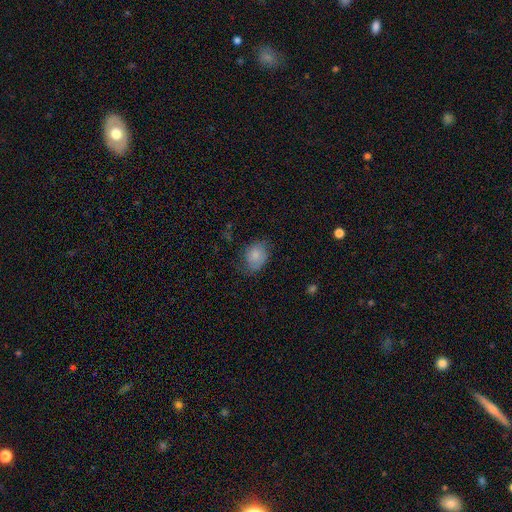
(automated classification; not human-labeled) Smooth or featured? smooth (77%)
How rounded? in between (61%)
Merging? none (59%)